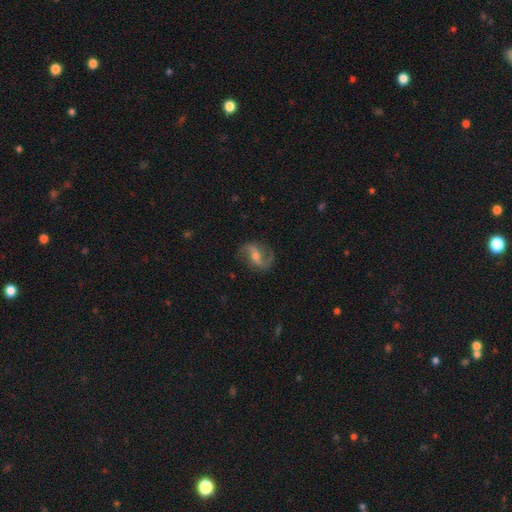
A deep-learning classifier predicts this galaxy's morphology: A featured or disk galaxy (84%) with a weak bar (44%), 2 (91%) loose (57%) spiral arms (95%) and a moderate central bulge (54%). Merging: none (79%).